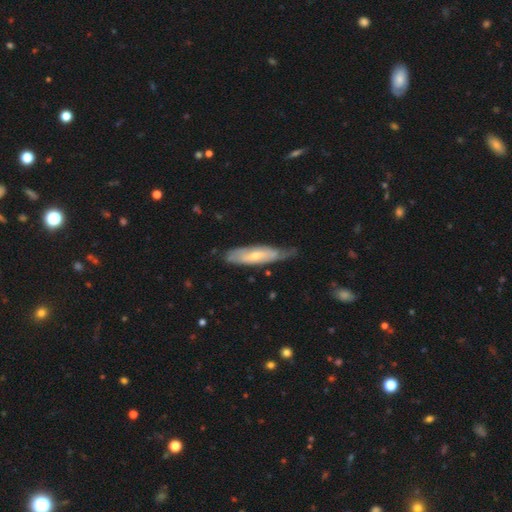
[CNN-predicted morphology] Q: Smooth or featured?
A: featured or disk (56%); runner-up: smooth (39%)
Q: Edge-on disk?
A: no (63%); runner-up: yes (37%)
Q: Merging?
A: none (53%); runner-up: minor disturbance (35%)